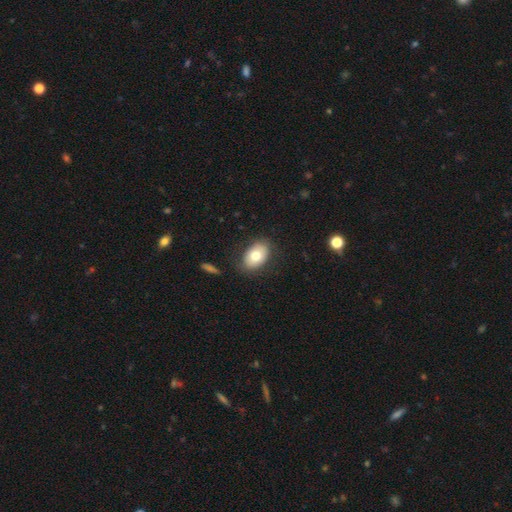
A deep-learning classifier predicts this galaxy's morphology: type=smooth (75%); roundness=in between (85%); merging=none (81%).